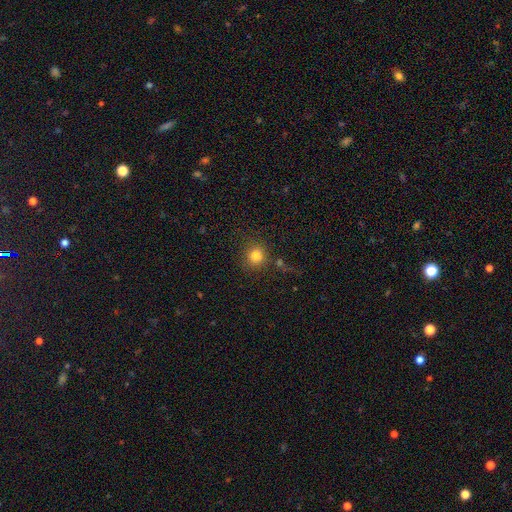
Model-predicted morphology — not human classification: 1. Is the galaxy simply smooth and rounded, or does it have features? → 81% smooth, 13% star or artifact, 7% featured or disk.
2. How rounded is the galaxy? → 90% round, 9% in between, 1% cigar-shaped.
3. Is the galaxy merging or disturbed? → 79% none, 10% minor disturbance, 6% merger, 5% major disturbance.